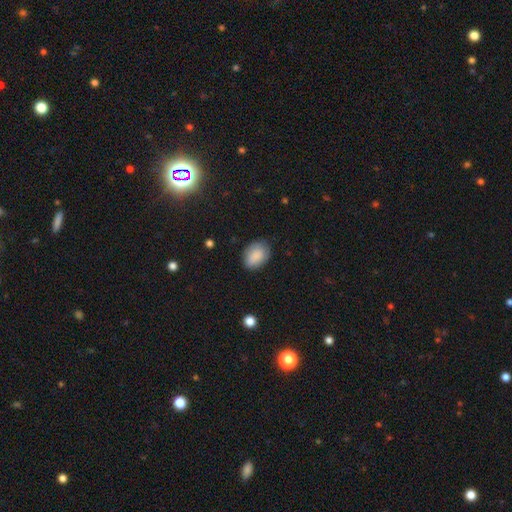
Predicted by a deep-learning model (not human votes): Overall: smooth (87%). How rounded: in between (79%). Merging: none (79%).